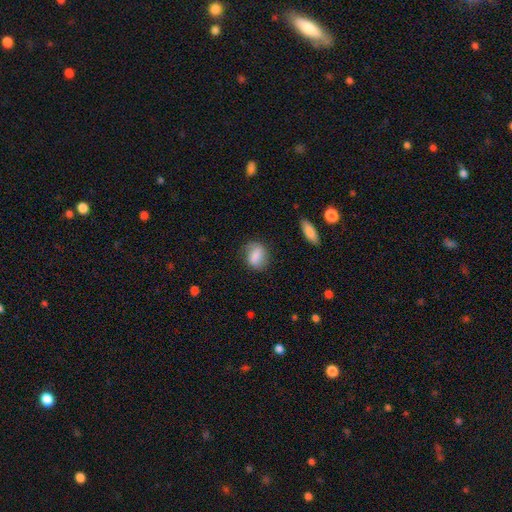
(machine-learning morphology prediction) Smooth or featured: smooth — 81% (featured or disk — 12%)
How rounded: in between — 65% (round — 32%)
Merging: none — 75% (minor disturbance — 18%)